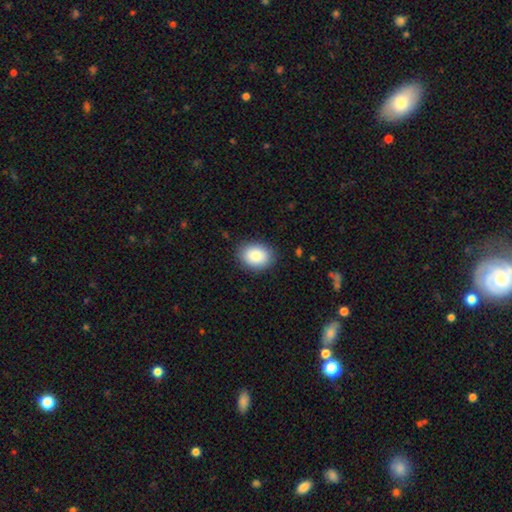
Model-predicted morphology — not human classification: smooth-or-featured: smooth: 86% | star or artifact: 7% | featured or disk: 7%
  how-rounded: in between: 64% | round: 35% | cigar-shaped: 1%
  merging: none: 86% | minor disturbance: 10% | major disturbance: 3% | merger: 1%